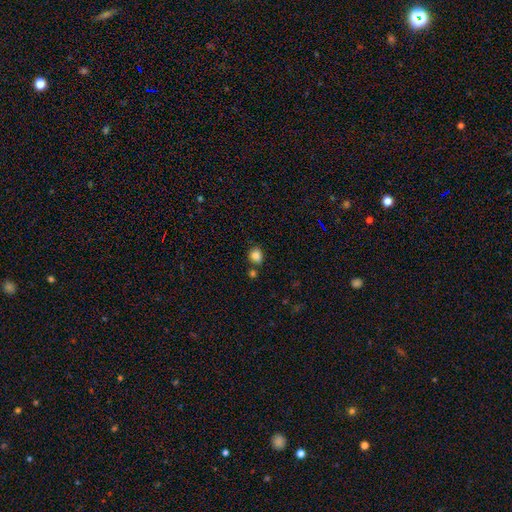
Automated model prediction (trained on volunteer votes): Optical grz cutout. It shows a smooth galaxy with no disk features (85%) that is round (70%). Merging: none (75%).